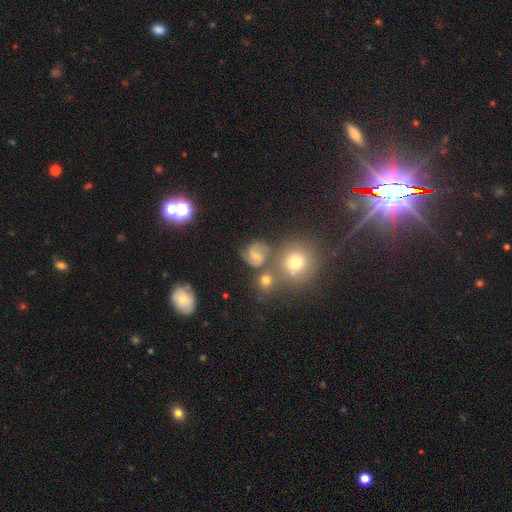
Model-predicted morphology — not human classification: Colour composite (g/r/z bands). It shows a featured or disk galaxy (61%) with a weak bar (45%), 2 (87%) medium (57%) spiral arms (91%) and a small central bulge (47%). Merging: none (66%).